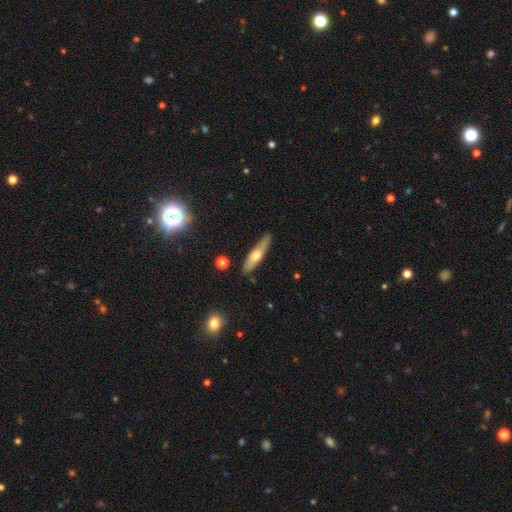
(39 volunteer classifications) This appears to be a smooth galaxy with no disk features (51%) that is cigar-shaped (80%). Merging: none (74%).